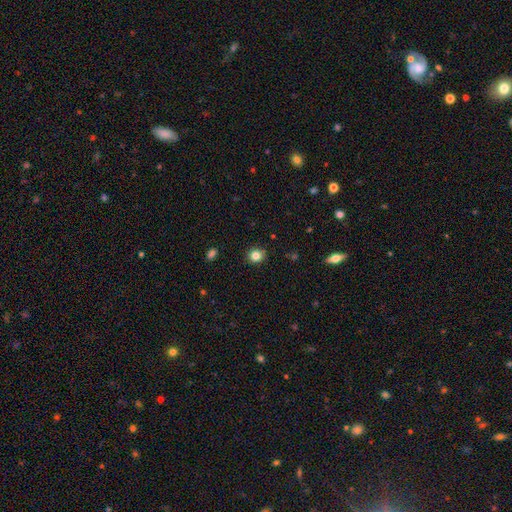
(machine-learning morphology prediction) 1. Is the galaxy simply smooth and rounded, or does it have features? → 83% smooth, 12% star or artifact, 6% featured or disk.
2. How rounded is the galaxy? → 84% round, 15% in between, 1% cigar-shaped.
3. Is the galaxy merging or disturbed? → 90% none, 7% minor disturbance, 2% major disturbance, 1% merger.